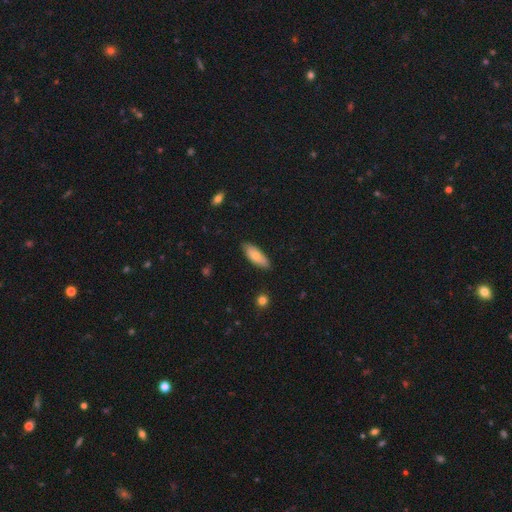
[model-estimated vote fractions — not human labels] This appears to be a smooth galaxy with no disk features (70%) that is in between round and cigar-shaped (73%). Merging: none (83%).